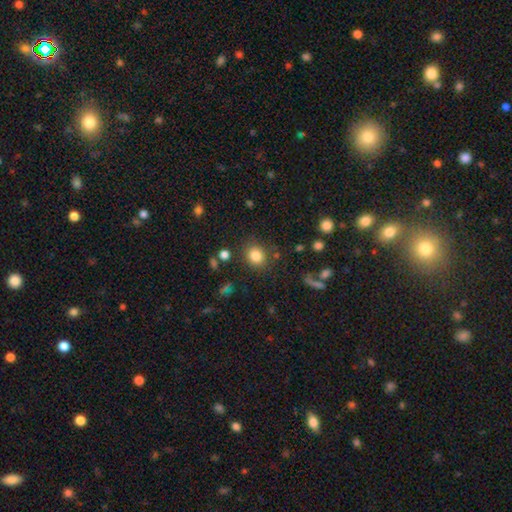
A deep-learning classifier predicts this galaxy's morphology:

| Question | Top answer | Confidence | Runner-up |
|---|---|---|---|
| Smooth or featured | smooth | 83% | star or artifact (11%) |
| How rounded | round | 76% | in between (23%) |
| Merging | none | 83% | minor disturbance (10%) |